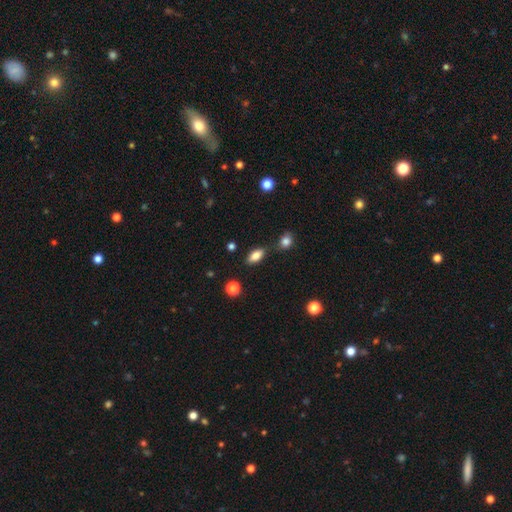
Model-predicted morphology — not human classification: type=smooth (83%); roundness=in between (88%); merging=none (77%).